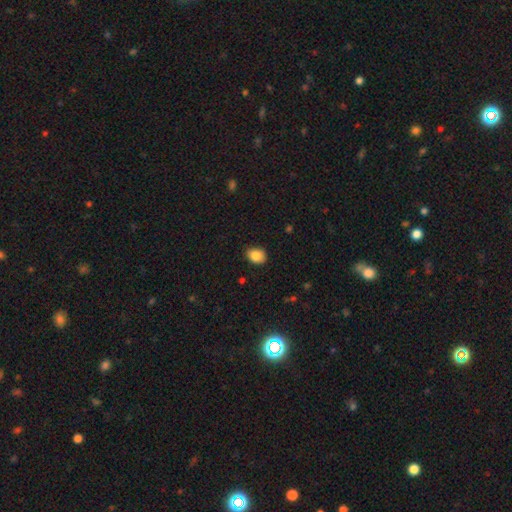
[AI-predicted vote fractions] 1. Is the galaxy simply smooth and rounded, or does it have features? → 85% smooth, 9% star or artifact, 6% featured or disk.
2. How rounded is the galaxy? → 64% in between, 35% round, 1% cigar-shaped.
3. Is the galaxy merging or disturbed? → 84% none, 13% minor disturbance, 2% major disturbance, 1% merger.